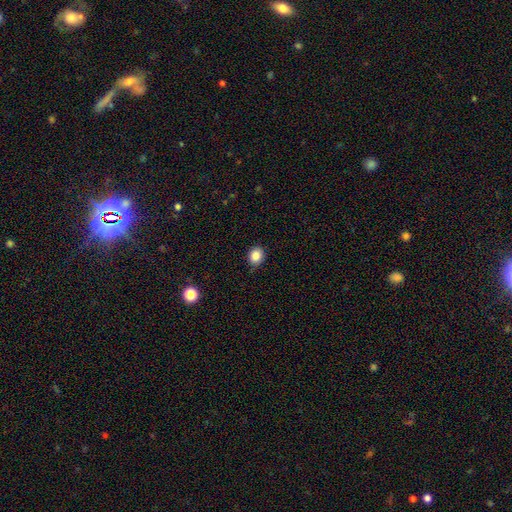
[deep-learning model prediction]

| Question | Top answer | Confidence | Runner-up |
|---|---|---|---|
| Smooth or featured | smooth | 86% | star or artifact (10%) |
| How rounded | round | 62% | in between (37%) |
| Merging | none | 86% | minor disturbance (11%) |